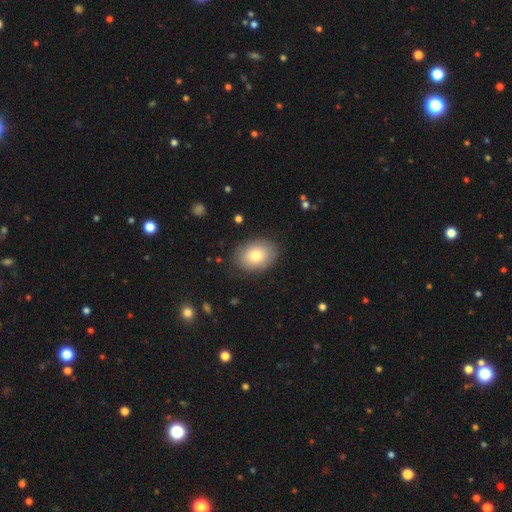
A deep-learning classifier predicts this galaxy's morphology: This is likely a smooth galaxy (77%). How rounded: likely in between (72%). Merging: clearly none (84%).